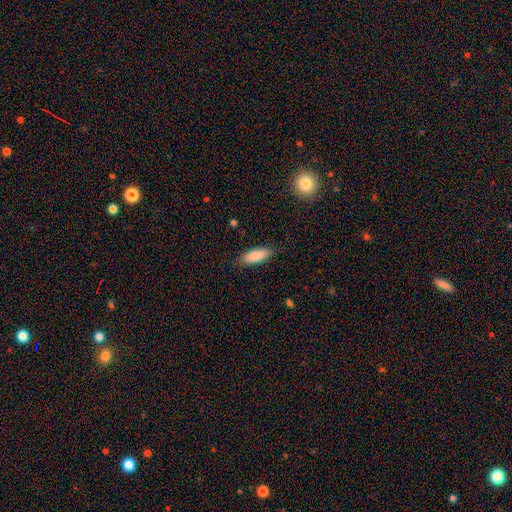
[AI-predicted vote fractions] Smooth or featured? smooth (87%)
How rounded? in between (63%)
Merging? none (86%)